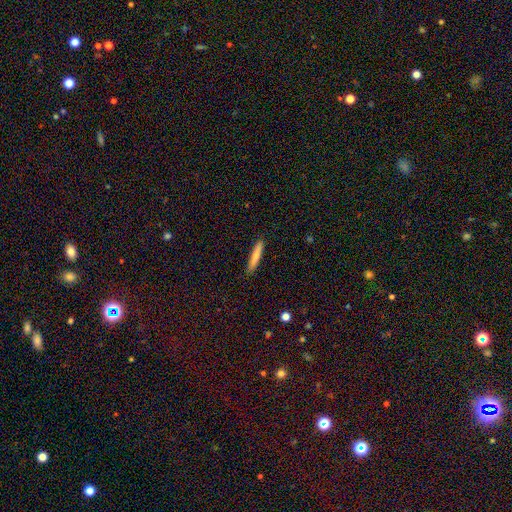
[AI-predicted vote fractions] Smooth or featured? Predicted: smooth (p=0.77). How rounded? Predicted: cigar-shaped (p=0.93). Merging? Predicted: none (p=0.89).